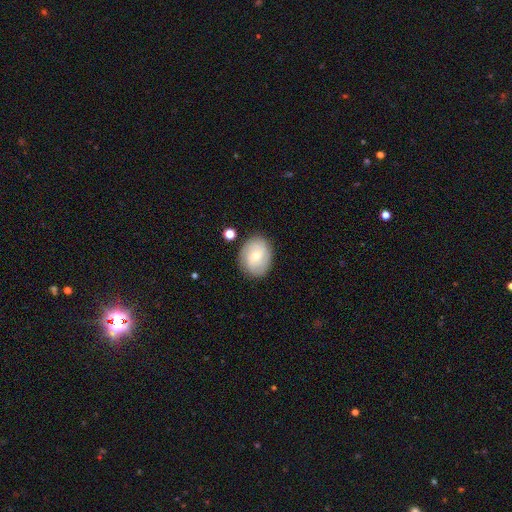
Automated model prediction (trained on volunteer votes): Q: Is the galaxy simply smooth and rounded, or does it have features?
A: featured or disk — 48%.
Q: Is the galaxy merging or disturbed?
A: none — 82%.